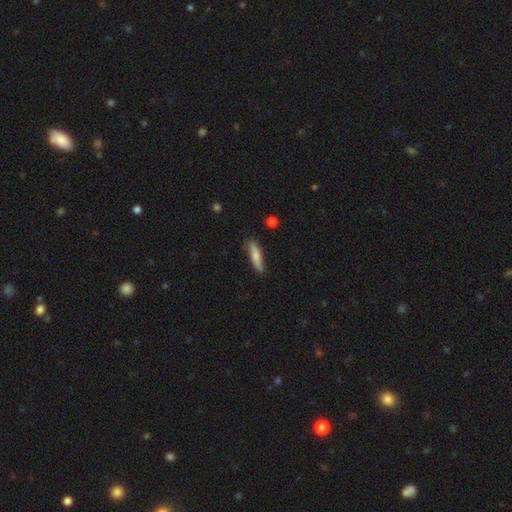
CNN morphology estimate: Overall: smooth (71%). How rounded: cigar-shaped (74%). Merging: none (75%).